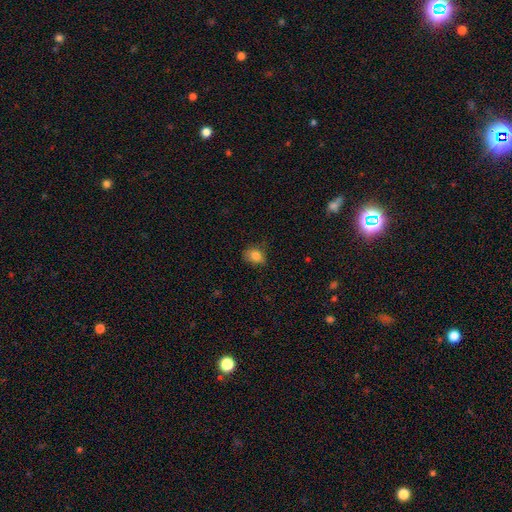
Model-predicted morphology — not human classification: Smooth or featured? Predicted: smooth (p=0.83). How rounded? Predicted: in between (p=0.66). Merging? Predicted: none (p=0.70).